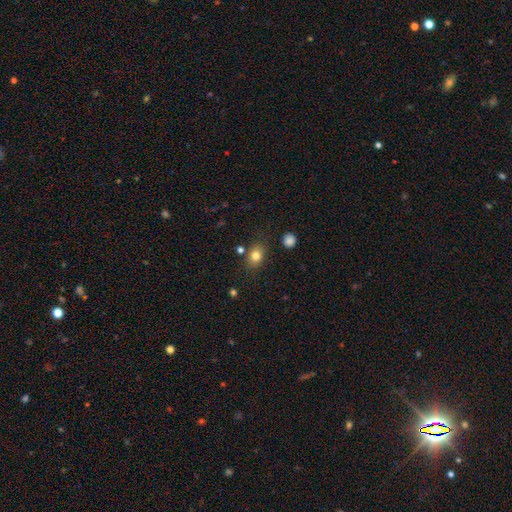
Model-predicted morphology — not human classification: Smooth or featured: smooth — 80% (star or artifact — 11%)
How rounded: in between — 61% (round — 38%)
Merging: none — 77% (minor disturbance — 14%)